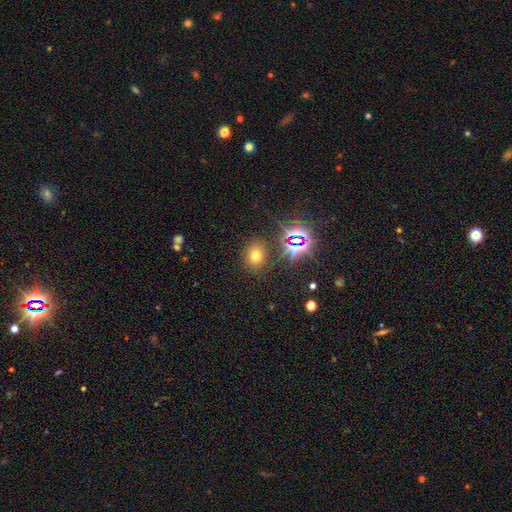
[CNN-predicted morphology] This is possibly a smooth galaxy (58%). How rounded: possibly round (56%). Merging: clearly none (83%).